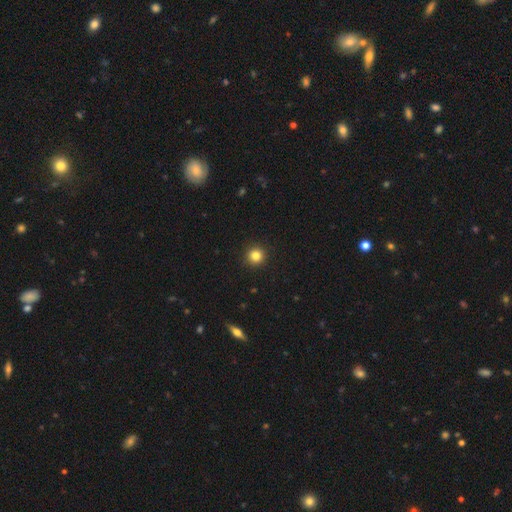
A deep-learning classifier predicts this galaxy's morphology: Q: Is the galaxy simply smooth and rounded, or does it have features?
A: smooth — 83%.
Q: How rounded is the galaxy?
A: round — 96%.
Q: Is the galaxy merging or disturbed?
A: none — 93%.